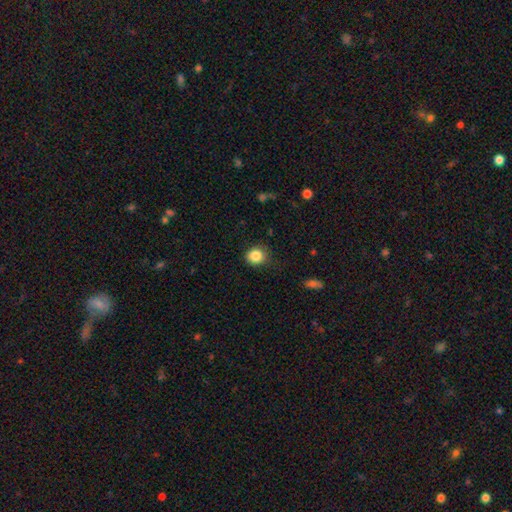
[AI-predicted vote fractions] Overall: smooth (86%). How rounded: round (84%). Merging: none (81%).